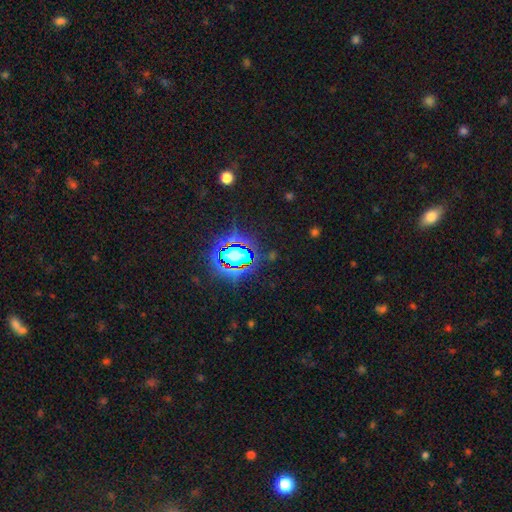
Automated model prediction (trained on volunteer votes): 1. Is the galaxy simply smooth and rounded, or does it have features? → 79% star or artifact, 13% smooth, 7% featured or disk.